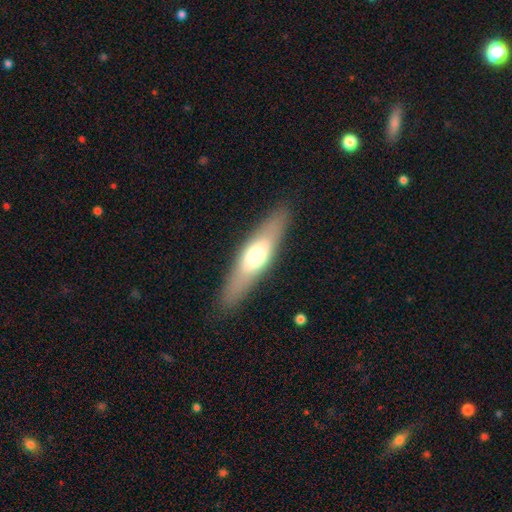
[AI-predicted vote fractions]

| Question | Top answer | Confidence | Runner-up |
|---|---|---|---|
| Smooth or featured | smooth | 53% | featured or disk (41%) |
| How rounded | cigar-shaped | 62% | in between (36%) |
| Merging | none | 87% | minor disturbance (9%) |